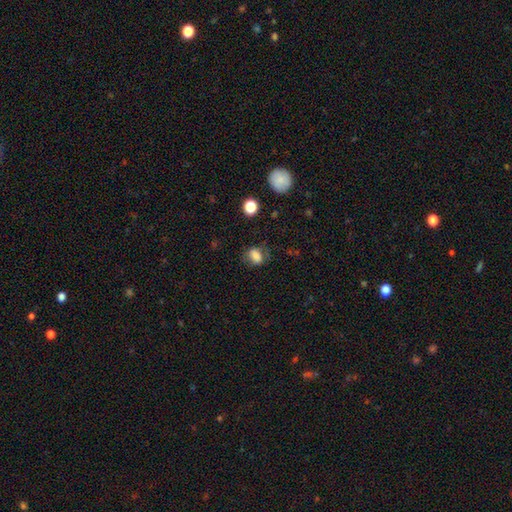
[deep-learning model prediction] Smooth or featured: smooth — 77% (featured or disk — 11%)
How rounded: in between — 68% (round — 30%)
Merging: none — 66% (minor disturbance — 22%)